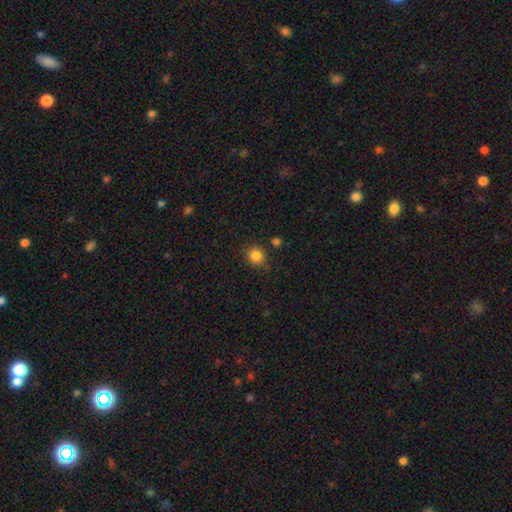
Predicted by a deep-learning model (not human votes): The model was most divided on "merging": none: 82%, minor disturbance: 11%, merger: 4%, major disturbance: 3%. More confident: how rounded — round (85%); smooth or featured — smooth (85%).